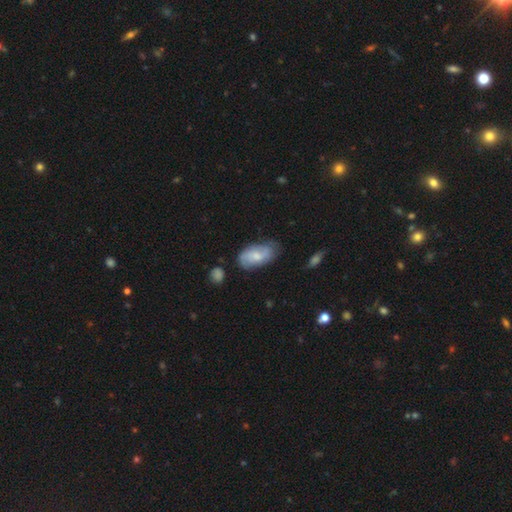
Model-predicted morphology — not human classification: This is possibly a smooth galaxy (52%). How rounded: clearly in between (92%). Merging: likely none (63%).